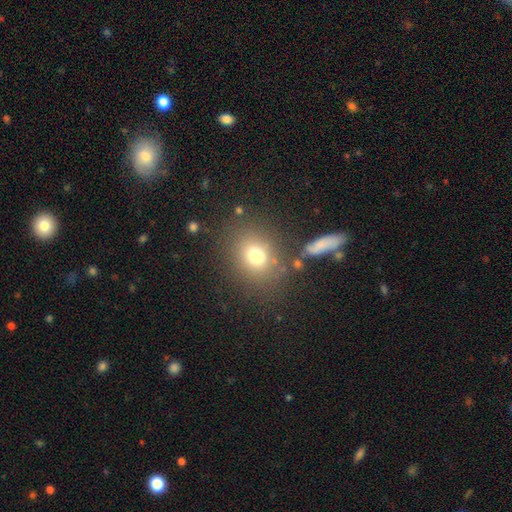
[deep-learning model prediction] smooth_or_featured: smooth (p=0.75) [alt: star or artifact p=0.14]
how_rounded: round (p=0.56) [alt: in between p=0.42]
merging: none (p=0.75) [alt: minor disturbance p=0.12]